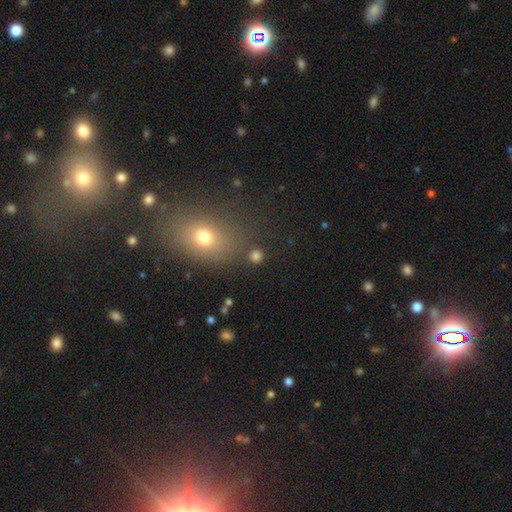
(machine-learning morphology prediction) Smooth or featured?
  - smooth: 79% *
  - star or artifact: 16%
  - featured or disk: 5%
How rounded?
  - round: 88% *
  - in between: 11%
  - cigar-shaped: 1%
Merging?
  - none: 82% *
  - merger: 7%
  - minor disturbance: 7%
  - major disturbance: 4%